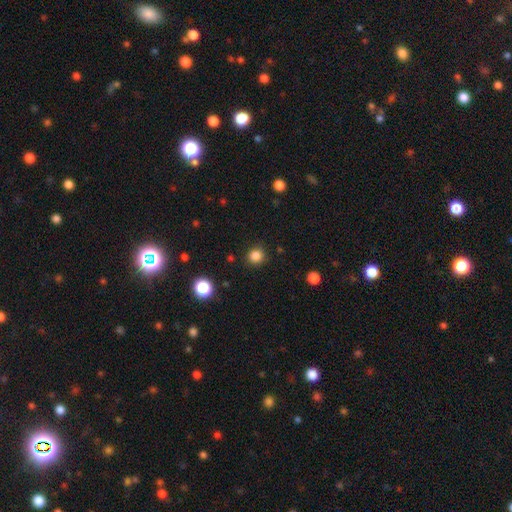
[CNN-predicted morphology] Smooth or featured? Predicted: smooth (p=0.83). How rounded? Predicted: round (p=0.91). Merging? Predicted: none (p=0.89).